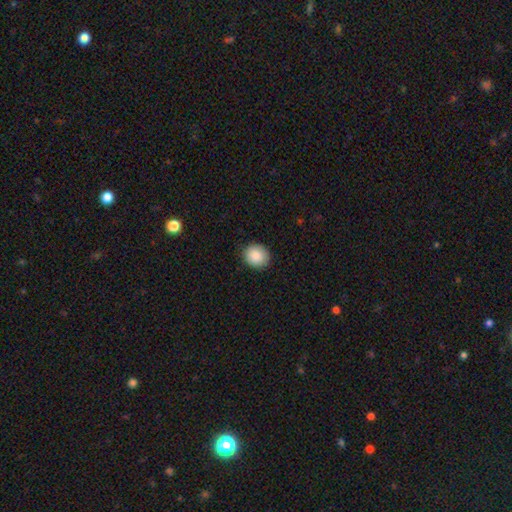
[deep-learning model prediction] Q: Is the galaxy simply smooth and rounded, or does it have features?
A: smooth — 88%.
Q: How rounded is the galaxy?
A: round — 78%.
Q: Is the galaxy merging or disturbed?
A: none — 88%.